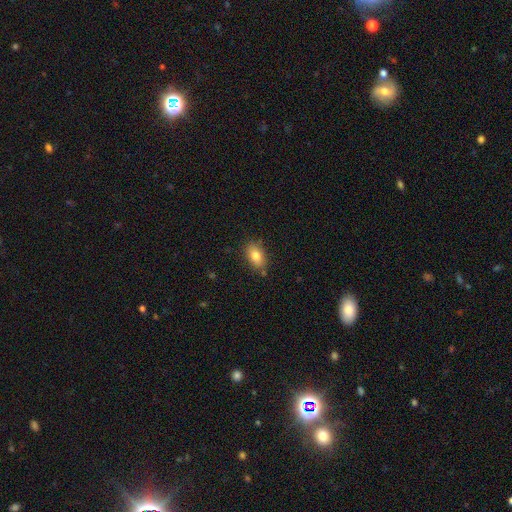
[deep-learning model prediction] A smooth galaxy with no disk features (80%) that is in between round and cigar-shaped (87%).

Vote fractions:
- Smooth or featured? smooth: 80% / featured or disk: 11% / star or artifact: 9%
- How rounded? in between: 87% / round: 10% / cigar-shaped: 3%
- Merging? none: 80% / minor disturbance: 14% / merger: 3% / major disturbance: 3%